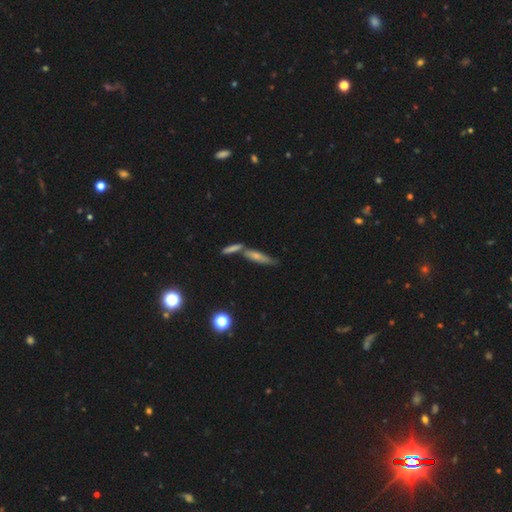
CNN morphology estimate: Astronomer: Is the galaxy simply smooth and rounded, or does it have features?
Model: featured or disk — 47% (runner-up: smooth, 38%).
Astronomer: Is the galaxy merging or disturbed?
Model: none — 56%.